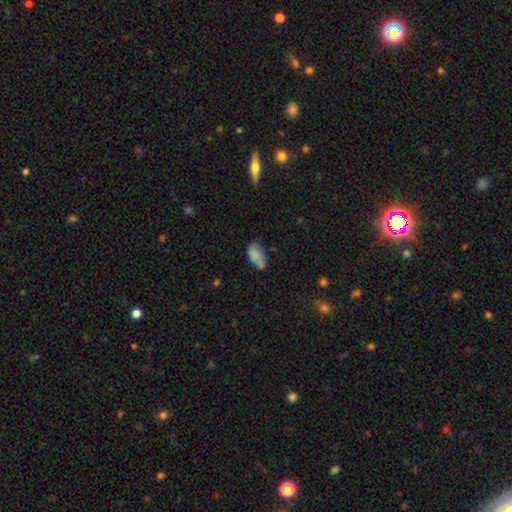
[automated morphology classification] A smooth galaxy with no disk features (77%) that is in between round and cigar-shaped (93%).

Vote fractions:
- Smooth or featured? smooth: 77% / featured or disk: 15% / star or artifact: 8%
- How rounded? in between: 93% / round: 4% / cigar-shaped: 3%
- Merging? none: 54% / minor disturbance: 30% / major disturbance: 9% / merger: 7%